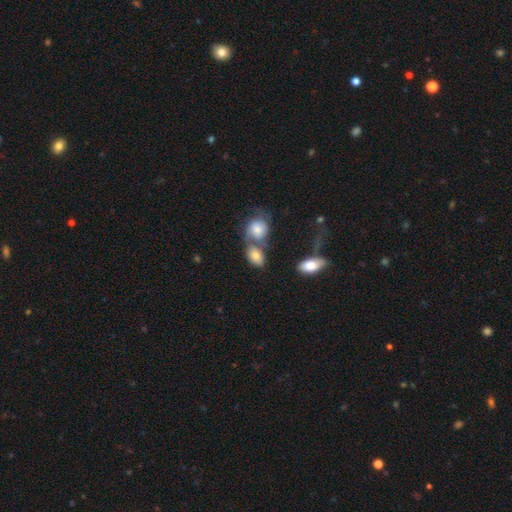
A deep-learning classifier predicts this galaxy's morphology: Q: Smooth or featured?
A: smooth (73%); runner-up: featured or disk (19%)
Q: How rounded?
A: in between (79%); runner-up: round (18%)
Q: Merging?
A: merger (51%); runner-up: none (31%)